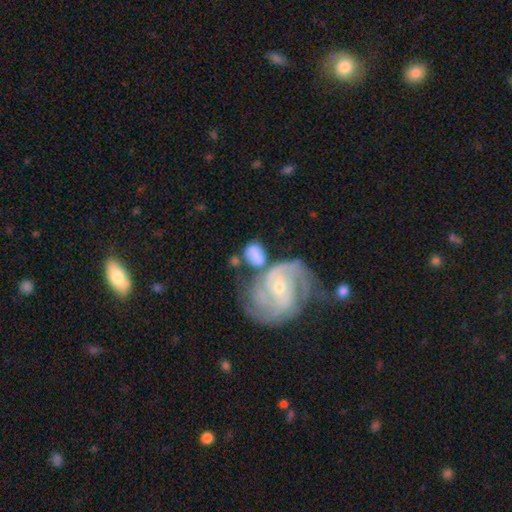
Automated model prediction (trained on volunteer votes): A smooth galaxy with no disk features (51%) that is in between round and cigar-shaped (67%).

Vote fractions:
- Smooth or featured? smooth: 51% / featured or disk: 42% / star or artifact: 7%
- How rounded? in between: 67% / round: 31% / cigar-shaped: 2%
- Merging? none: 38% / merger: 31% / minor disturbance: 20% / major disturbance: 12%